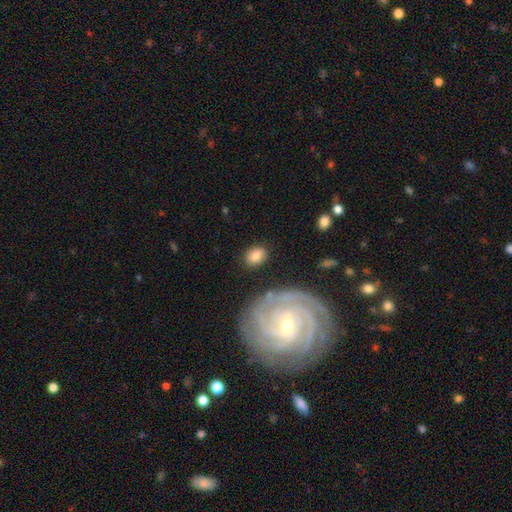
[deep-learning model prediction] Smooth or featured? Predicted: smooth (p=0.79). How rounded? Predicted: in between (p=0.64). Merging? Predicted: none (p=0.81).